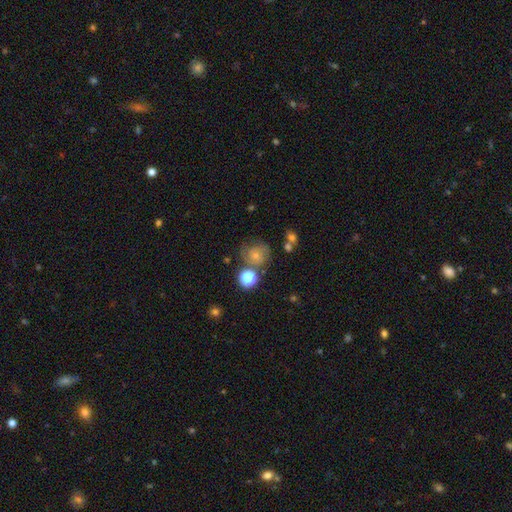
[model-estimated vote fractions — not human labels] This is possibly a featured or disk galaxy (48%). Merging: possibly none (57%).